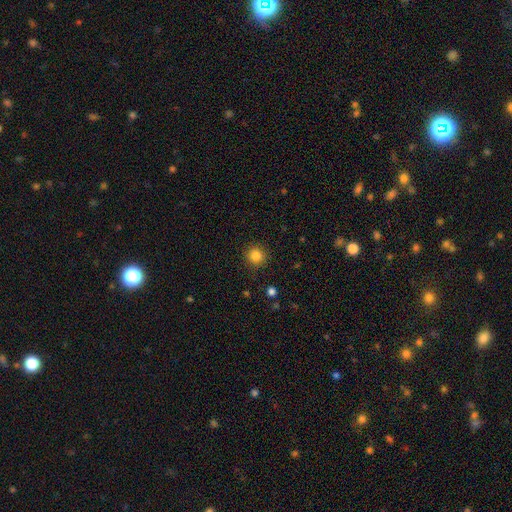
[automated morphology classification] Overall: smooth (84%). How rounded: round (94%). Merging: none (91%).